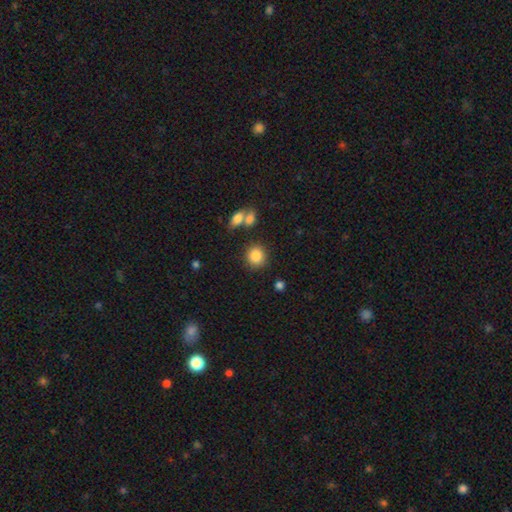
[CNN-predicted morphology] smooth-or-featured: smooth: 86% | star or artifact: 9% | featured or disk: 5%
  how-rounded: round: 85% | in between: 14% | cigar-shaped: 1%
  merging: none: 79% | minor disturbance: 9% | merger: 8% | major disturbance: 4%